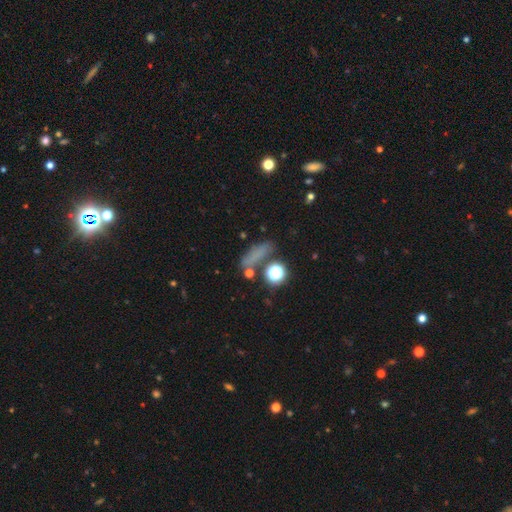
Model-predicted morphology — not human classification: Smooth or featured: smooth — 60% (star or artifact — 26%)
How rounded: cigar-shaped — 49% (in between — 31%)
Merging: none — 69% (minor disturbance — 15%)